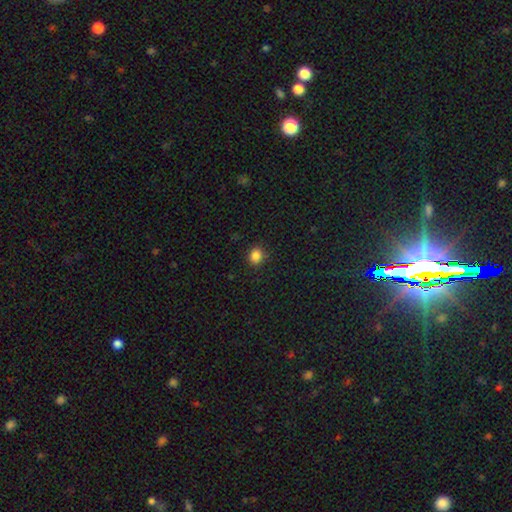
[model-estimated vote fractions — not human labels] A smooth galaxy with no disk features (85%) that is round (60%). Merging: none (86%).